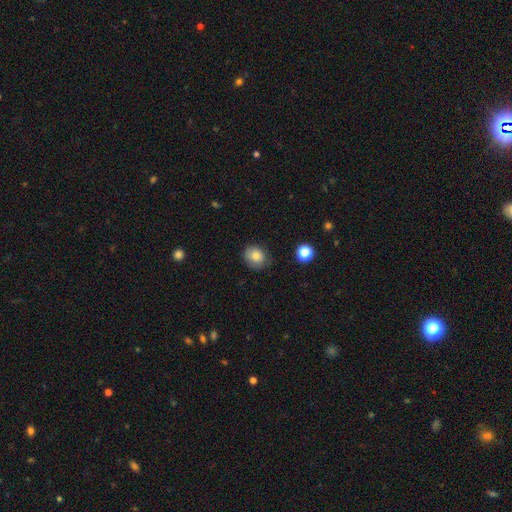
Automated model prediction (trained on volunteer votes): Smooth or featured: smooth — 81% (star or artifact — 10%)
How rounded: round — 62% (in between — 37%)
Merging: none — 73% (minor disturbance — 21%)